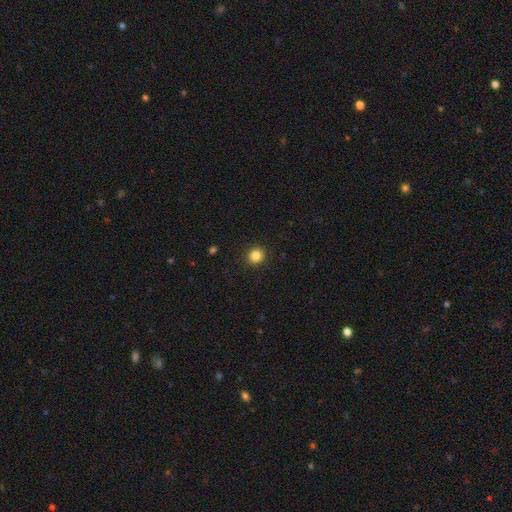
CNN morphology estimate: Smooth or featured?
  - smooth: 84% *
  - star or artifact: 12%
  - featured or disk: 4%
How rounded?
  - round: 91% *
  - in between: 8%
  - cigar-shaped: 1%
Merging?
  - none: 92% *
  - minor disturbance: 5%
  - major disturbance: 2%
  - merger: 1%